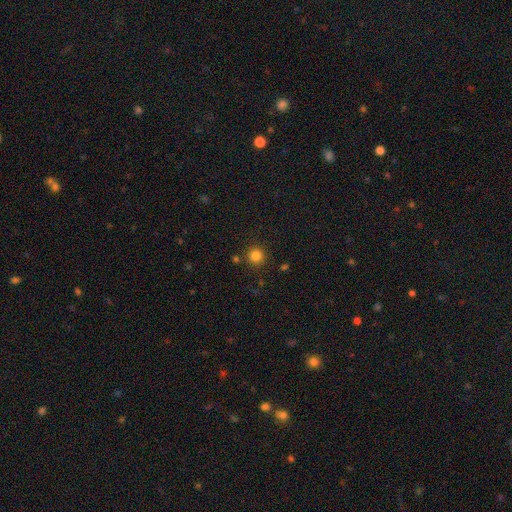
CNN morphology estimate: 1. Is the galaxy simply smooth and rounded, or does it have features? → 83% smooth, 13% star or artifact, 4% featured or disk.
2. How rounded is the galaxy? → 94% round, 5% in between, 1% cigar-shaped.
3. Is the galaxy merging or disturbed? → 88% none, 6% minor disturbance, 3% merger, 2% major disturbance.